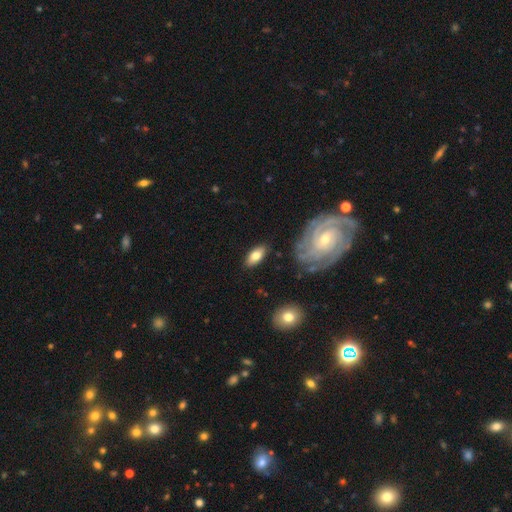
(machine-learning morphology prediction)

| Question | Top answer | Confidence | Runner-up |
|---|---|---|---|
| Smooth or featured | smooth | 72% | featured or disk (21%) |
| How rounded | in between | 88% | cigar-shaped (8%) |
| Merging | none | 84% | minor disturbance (11%) |